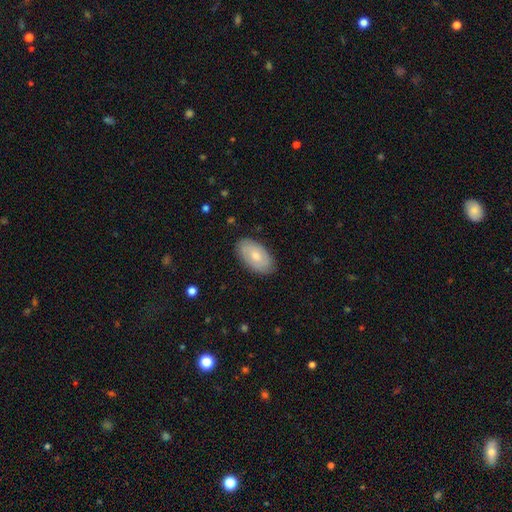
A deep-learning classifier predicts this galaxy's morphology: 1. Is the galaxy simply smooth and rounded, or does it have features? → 59% smooth, 35% featured or disk, 6% star or artifact.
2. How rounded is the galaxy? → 94% in between, 4% round, 2% cigar-shaped.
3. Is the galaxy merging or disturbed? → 84% none, 12% minor disturbance, 3% major disturbance, 1% merger.